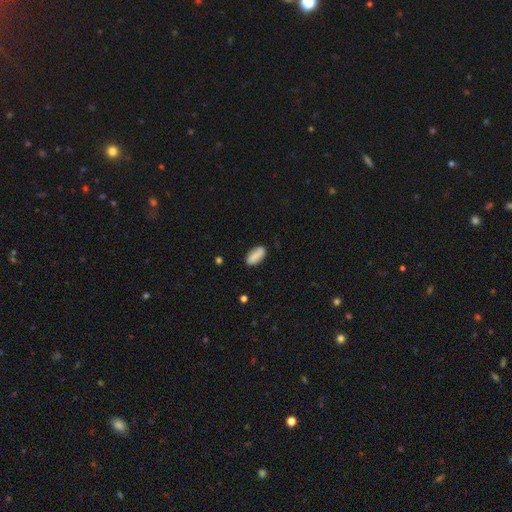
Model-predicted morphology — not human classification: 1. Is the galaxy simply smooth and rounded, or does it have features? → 82% smooth, 11% featured or disk, 7% star or artifact.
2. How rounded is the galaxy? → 89% in between, 9% cigar-shaped, 3% round.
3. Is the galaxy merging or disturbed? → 82% none, 14% minor disturbance, 3% major disturbance, 2% merger.